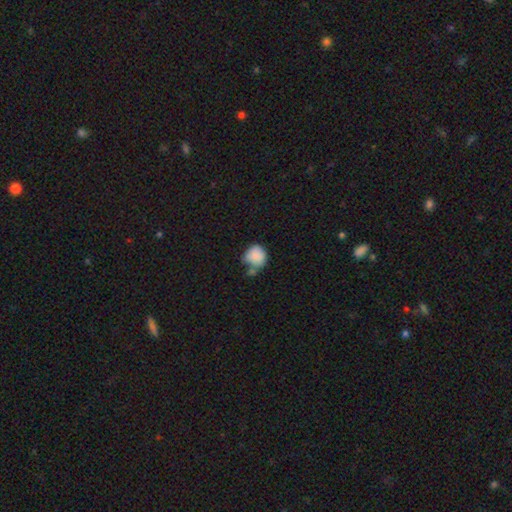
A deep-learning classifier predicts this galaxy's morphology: Q: Smooth or featured?
A: smooth (85%); runner-up: star or artifact (8%)
Q: How rounded?
A: round (80%); runner-up: in between (19%)
Q: Merging?
A: none (42%); runner-up: minor disturbance (25%)